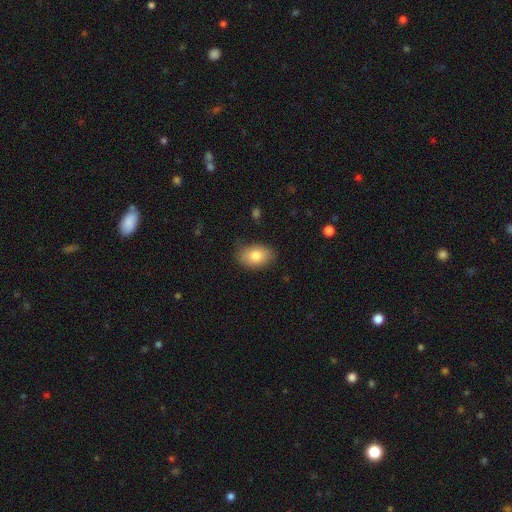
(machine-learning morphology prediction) Q: Smooth or featured?
A: smooth (81%); runner-up: featured or disk (12%)
Q: How rounded?
A: in between (86%); runner-up: round (13%)
Q: Merging?
A: none (80%); runner-up: minor disturbance (15%)